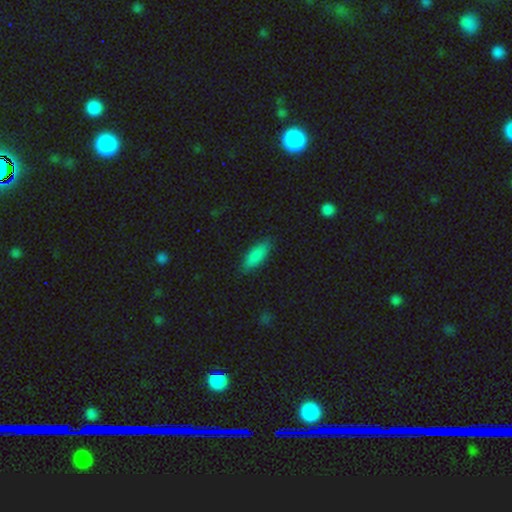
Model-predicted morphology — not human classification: Smooth or featured? smooth (86%)
How rounded? in between (67%)
Merging? none (84%)